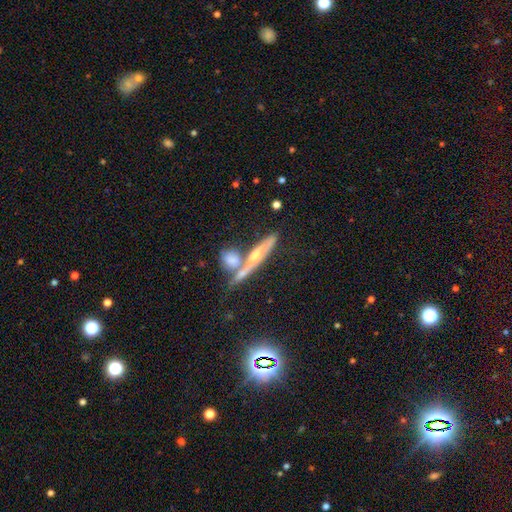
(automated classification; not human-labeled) This appears to be a featured or disk galaxy (59%) viewed edge-on (84%). Merging: none (53%).